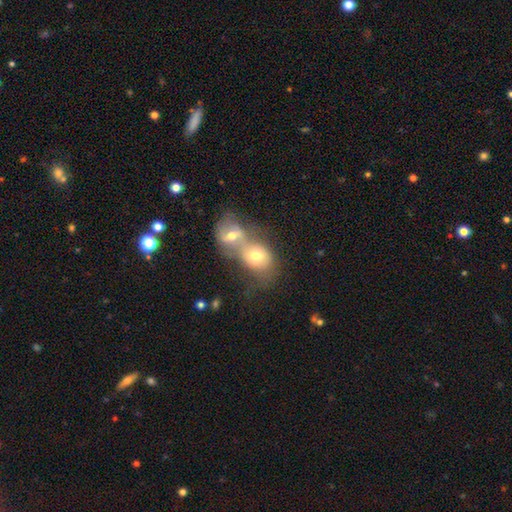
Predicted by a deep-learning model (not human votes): smooth-or-featured: smooth: 63% | featured or disk: 28% | star or artifact: 9%
  how-rounded: round: 52% | in between: 46% | cigar-shaped: 1%
  merging: merger: 74% | none: 14% | minor disturbance: 6% | major disturbance: 5%